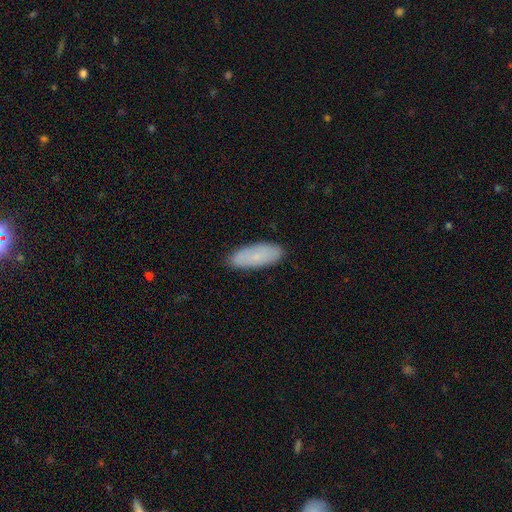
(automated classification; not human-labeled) Smooth or featured? Predicted: smooth (p=0.73). How rounded? Predicted: in between (p=0.72). Merging? Predicted: none (p=0.87).